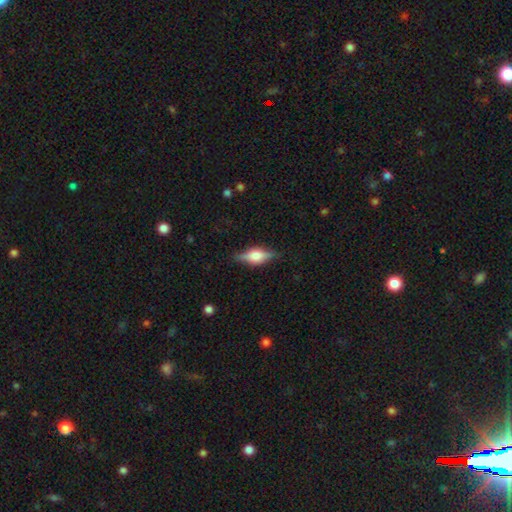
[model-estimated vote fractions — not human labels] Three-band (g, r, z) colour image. It shows a featured or disk galaxy (53%) viewed edge-on (93%). Merging: none (81%).